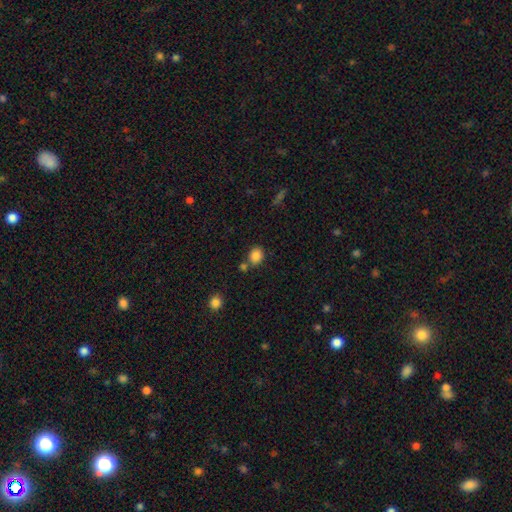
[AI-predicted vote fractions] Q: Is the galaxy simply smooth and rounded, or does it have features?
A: smooth — 85%.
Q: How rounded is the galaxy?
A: round — 64%.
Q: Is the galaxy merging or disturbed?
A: none — 65%.